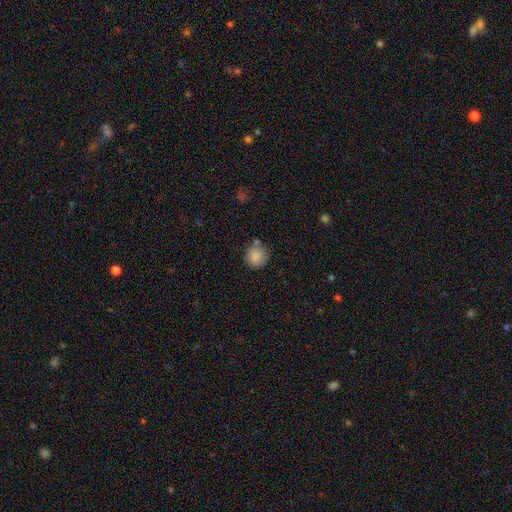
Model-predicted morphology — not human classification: Smooth or featured: smooth — 87% (star or artifact — 8%)
How rounded: round — 91% (in between — 8%)
Merging: none — 73% (minor disturbance — 14%)